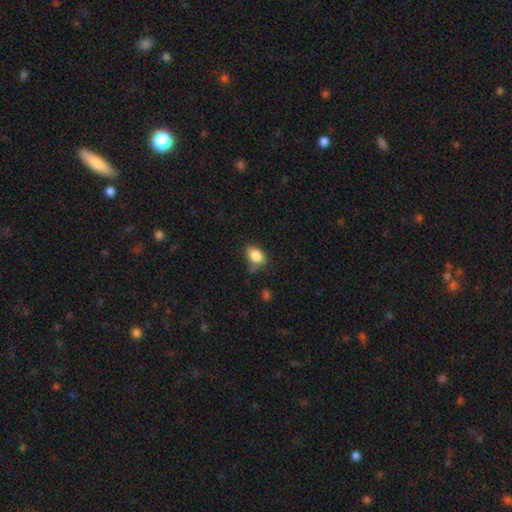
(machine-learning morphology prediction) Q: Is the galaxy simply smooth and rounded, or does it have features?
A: smooth — 85%.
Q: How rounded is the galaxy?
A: in between — 72%.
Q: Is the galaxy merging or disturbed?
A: none — 64%.